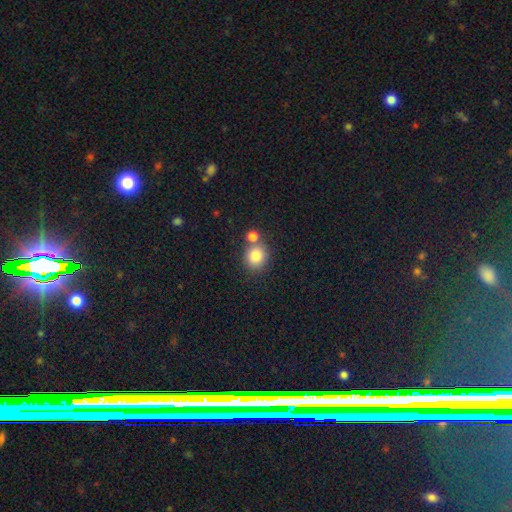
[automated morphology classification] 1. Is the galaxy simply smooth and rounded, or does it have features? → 82% smooth, 11% star or artifact, 7% featured or disk.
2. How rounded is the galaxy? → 85% round, 14% in between, 1% cigar-shaped.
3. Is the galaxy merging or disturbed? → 61% none, 27% merger, 9% minor disturbance, 3% major disturbance.